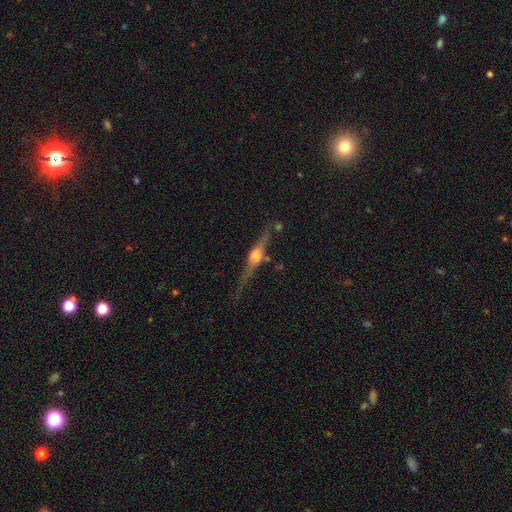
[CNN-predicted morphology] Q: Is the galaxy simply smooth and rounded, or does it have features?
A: featured or disk — 77%.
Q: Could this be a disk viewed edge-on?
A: yes — 96%.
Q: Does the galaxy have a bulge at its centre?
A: rounded — 90%.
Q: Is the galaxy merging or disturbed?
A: none — 75%.